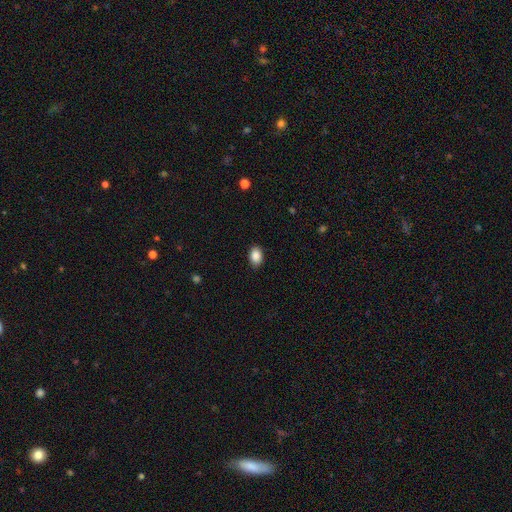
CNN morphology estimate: Q: Smooth or featured?
A: smooth (88%); runner-up: star or artifact (8%)
Q: How rounded?
A: in between (77%); runner-up: round (22%)
Q: Merging?
A: none (88%); runner-up: minor disturbance (9%)